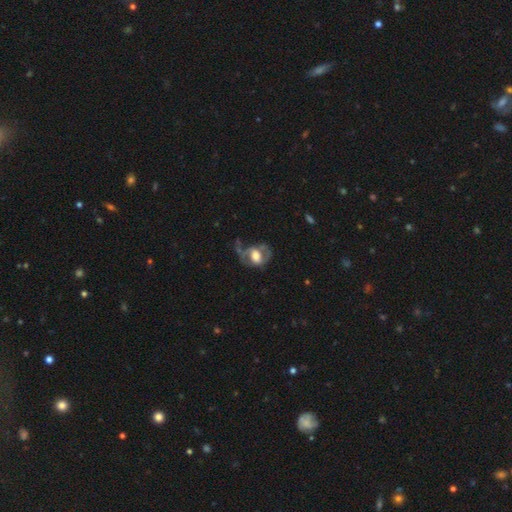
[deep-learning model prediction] Smooth or featured: featured or disk — 59% (smooth — 34%)
Edge-on disk: no — 95% (yes — 5%)
Bar: no — 50% (weak — 34%)
Spiral arms: yes — 57% (no — 43%)
Bulge size: large — 46% (moderate — 36%)
Merging: none — 40% (major disturbance — 31%)